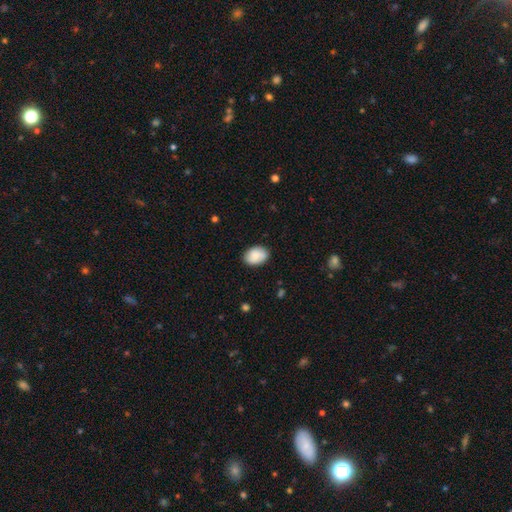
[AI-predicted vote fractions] This is clearly a smooth galaxy (84%). How rounded: likely in between (79%). Merging: clearly none (83%).